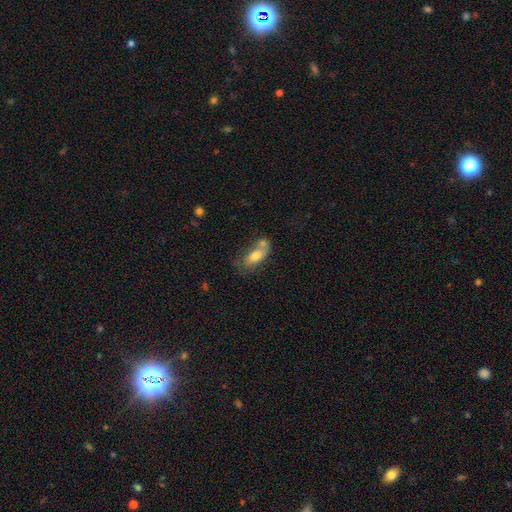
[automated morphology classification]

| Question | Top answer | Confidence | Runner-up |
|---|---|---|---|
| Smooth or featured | smooth | 68% | featured or disk (25%) |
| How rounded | in between | 82% | cigar-shaped (13%) |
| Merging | merger | 36% | none (34%) |